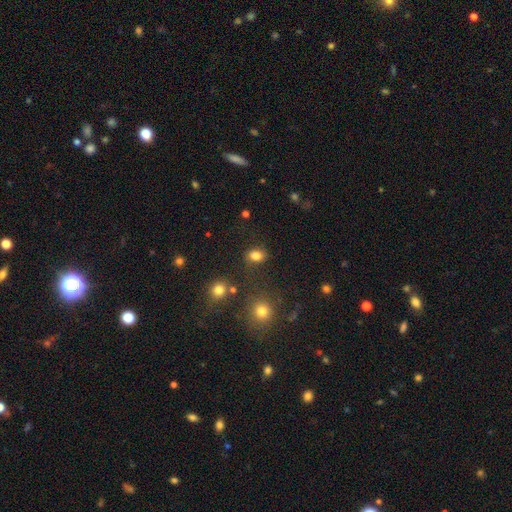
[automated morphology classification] This appears to be a smooth galaxy with no disk features (82%) that is in between round and cigar-shaped (62%). Merging: none (74%).